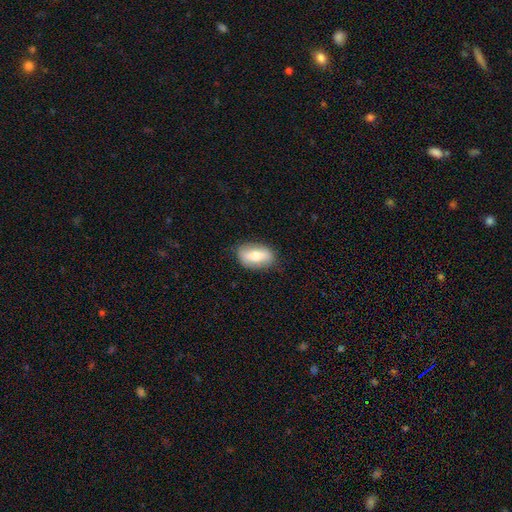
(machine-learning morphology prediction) Q: Smooth or featured?
A: smooth (62%); runner-up: featured or disk (31%)
Q: How rounded?
A: in between (88%); runner-up: round (9%)
Q: Merging?
A: none (81%); runner-up: minor disturbance (14%)